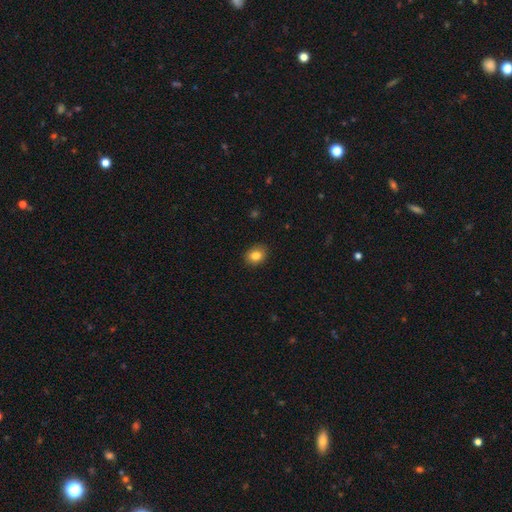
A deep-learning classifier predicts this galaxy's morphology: A smooth galaxy with no disk features (84%) that is in between round and cigar-shaped (51%).

Vote fractions:
- Smooth or featured? smooth: 84% / star or artifact: 9% / featured or disk: 7%
- How rounded? in between: 51% / round: 48% / cigar-shaped: 1%
- Merging? none: 88% / minor disturbance: 9% / major disturbance: 2% / merger: 1%